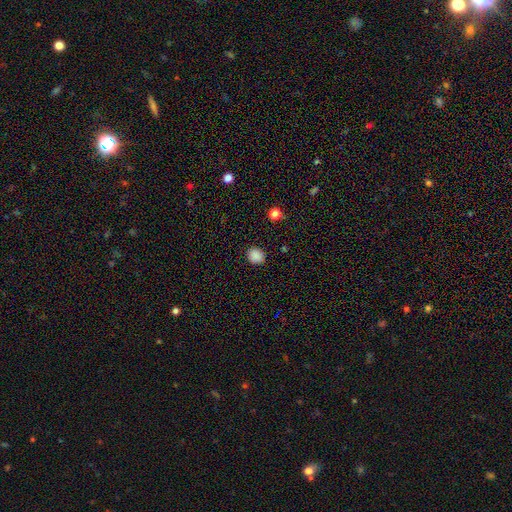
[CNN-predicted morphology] The model was most divided on "how rounded": round: 70%, in between: 29%, cigar-shaped: 1%. More confident: merging — none (90%); smooth or featured — smooth (87%).